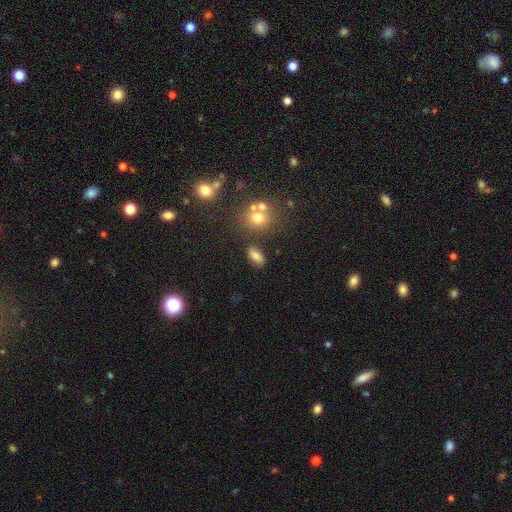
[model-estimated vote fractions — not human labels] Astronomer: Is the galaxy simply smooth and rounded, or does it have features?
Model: smooth — 76%.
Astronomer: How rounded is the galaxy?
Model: in between — 84%.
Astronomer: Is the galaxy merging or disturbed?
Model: none — 77%.